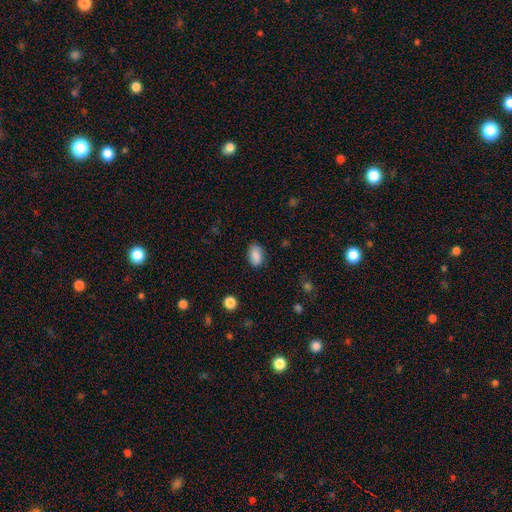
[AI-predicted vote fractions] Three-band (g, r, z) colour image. It shows a smooth galaxy with no disk features (88%) that is in between round and cigar-shaped (89%). Merging: none (82%).